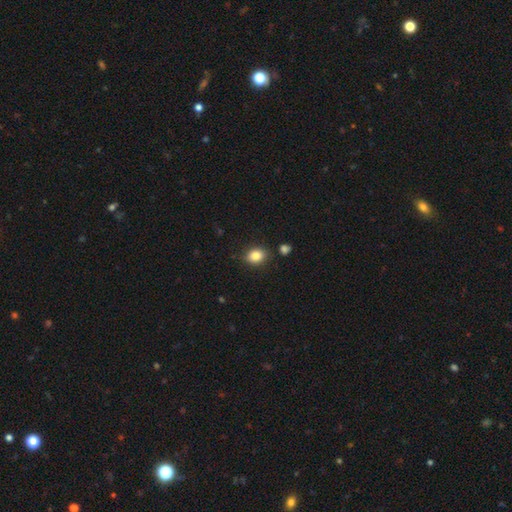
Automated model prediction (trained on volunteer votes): The model was most divided on "how rounded": in between: 60%, round: 38%, cigar-shaped: 1%. More confident: smooth or featured — smooth (84%); merging — none (83%).